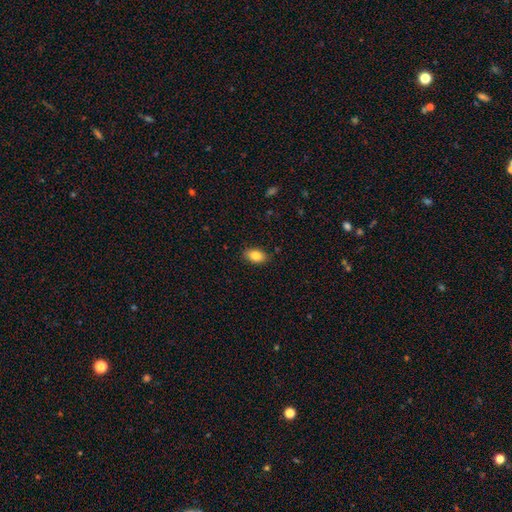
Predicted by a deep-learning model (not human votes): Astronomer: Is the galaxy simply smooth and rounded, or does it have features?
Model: smooth — 83%.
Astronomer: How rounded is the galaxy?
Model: in between — 89%.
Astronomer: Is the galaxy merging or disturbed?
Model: none — 86%.